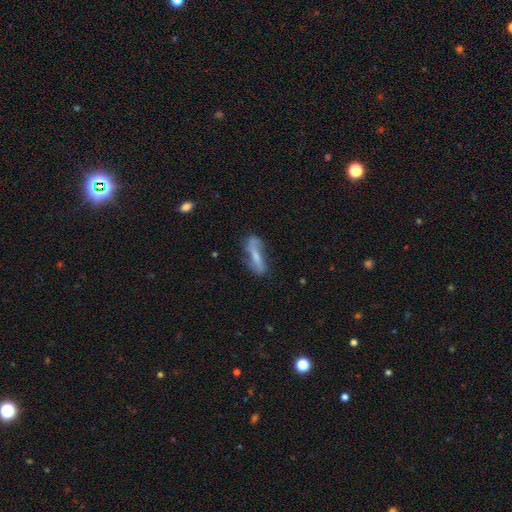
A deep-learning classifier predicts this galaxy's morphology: Smooth or featured? Predicted: featured or disk (p=0.56). Edge-on disk? Predicted: no (p=0.73). Merging? Predicted: none (p=0.55).